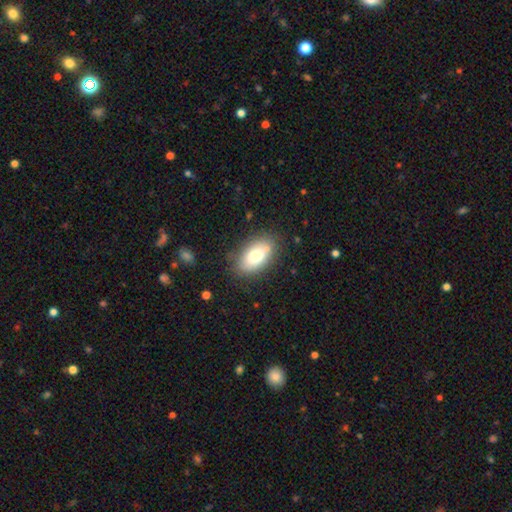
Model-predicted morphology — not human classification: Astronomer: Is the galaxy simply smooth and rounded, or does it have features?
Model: smooth — 75%.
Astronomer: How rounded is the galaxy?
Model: in between — 91%.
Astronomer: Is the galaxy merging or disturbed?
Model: none — 78%.